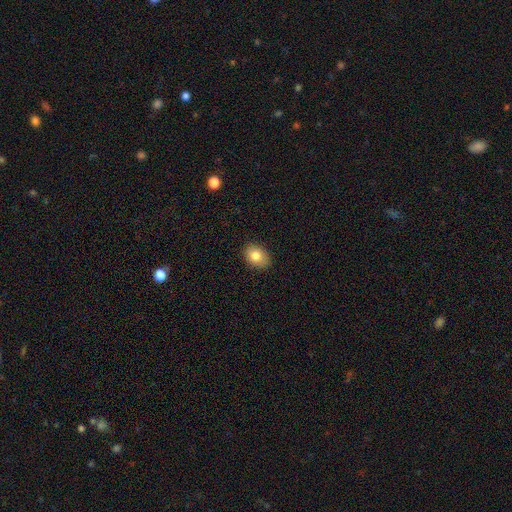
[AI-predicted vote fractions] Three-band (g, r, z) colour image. It shows a smooth galaxy with no disk features (82%) that is in between round and cigar-shaped (71%). Merging: none (85%).